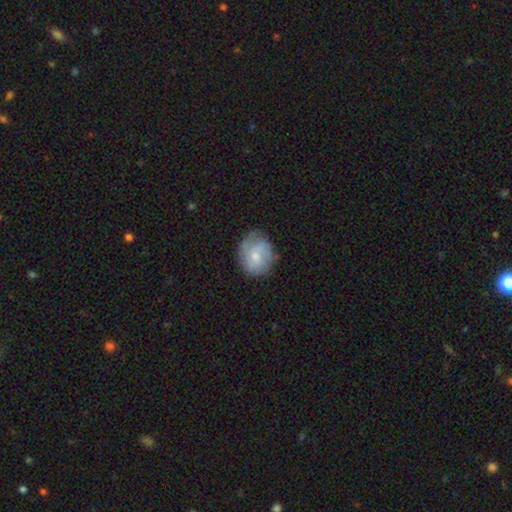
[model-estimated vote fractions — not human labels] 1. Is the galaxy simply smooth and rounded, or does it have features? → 49% smooth, 44% featured or disk, 7% star or artifact.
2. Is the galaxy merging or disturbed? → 64% none, 26% minor disturbance, 9% major disturbance, 2% merger.